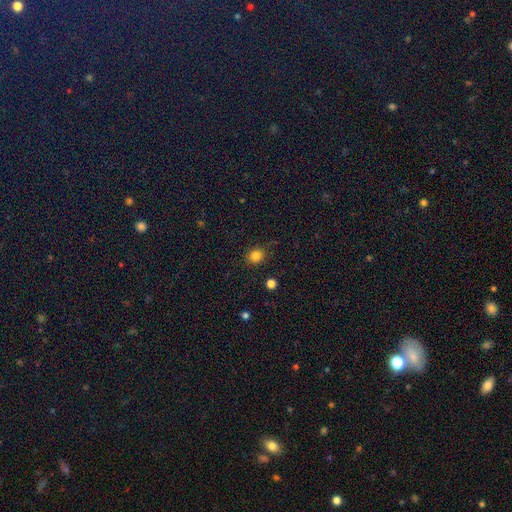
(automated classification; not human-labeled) Smooth or featured? Predicted: smooth (p=0.82). How rounded? Predicted: round (p=0.71). Merging? Predicted: none (p=0.84).